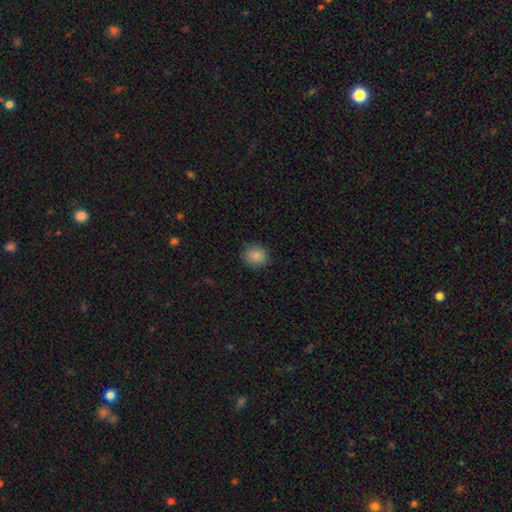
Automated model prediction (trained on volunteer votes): The model was most divided on "how rounded": round: 74%, in between: 25%, cigar-shaped: 1%. More confident: smooth or featured — smooth (87%); merging — none (86%).